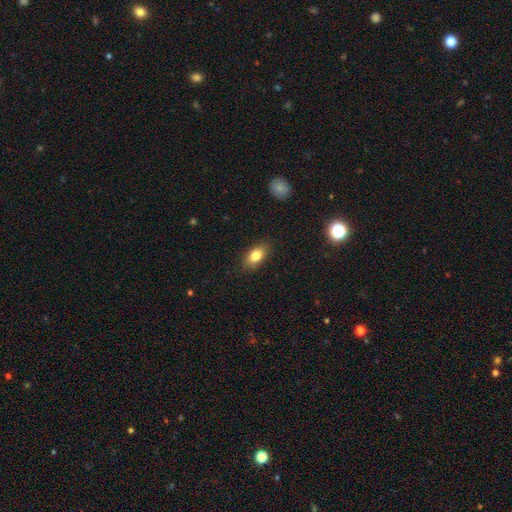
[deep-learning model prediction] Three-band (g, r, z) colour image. It shows a smooth galaxy with no disk features (82%) that is in between round and cigar-shaped (88%). Merging: none (85%).